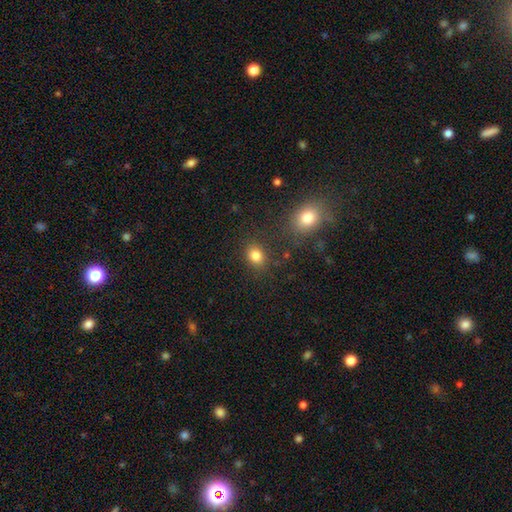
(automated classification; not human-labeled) Smooth or featured? Predicted: smooth (p=0.82). How rounded? Predicted: in between (p=0.52). Merging? Predicted: none (p=0.82).